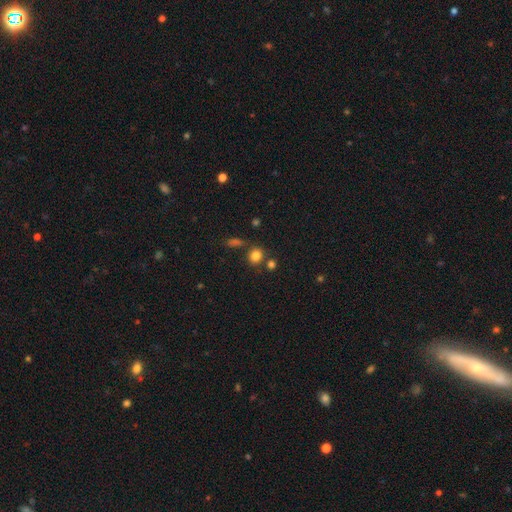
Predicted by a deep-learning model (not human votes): This appears to be a smooth galaxy with no disk features (82%) that is round (75%). Merging: none (72%).